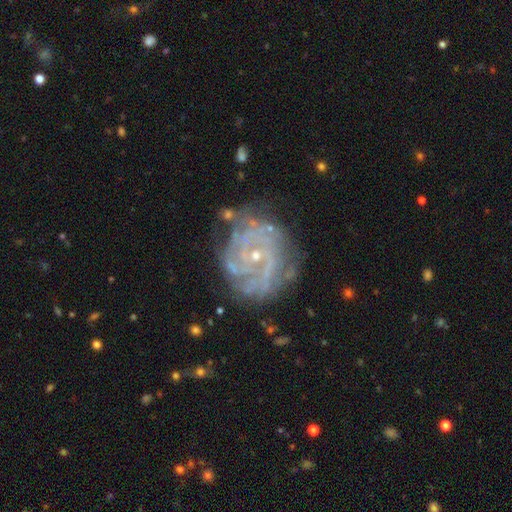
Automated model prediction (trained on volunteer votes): Smooth or featured? featured or disk (85%)
Edge-on disk? no (98%)
Bar? no (70%)
Spiral arms? yes (94%)
Spiral winding? tight (71%)
Spiral arm count? can't tell (32%)
Bulge size? small (79%)
Merging? none (69%)